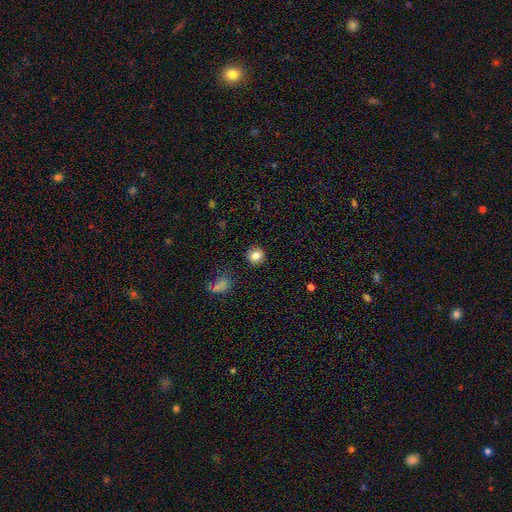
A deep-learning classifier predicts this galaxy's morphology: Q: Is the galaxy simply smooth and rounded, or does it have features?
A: smooth — 82%.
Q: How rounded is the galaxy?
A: round — 86%.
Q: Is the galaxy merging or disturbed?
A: none — 89%.